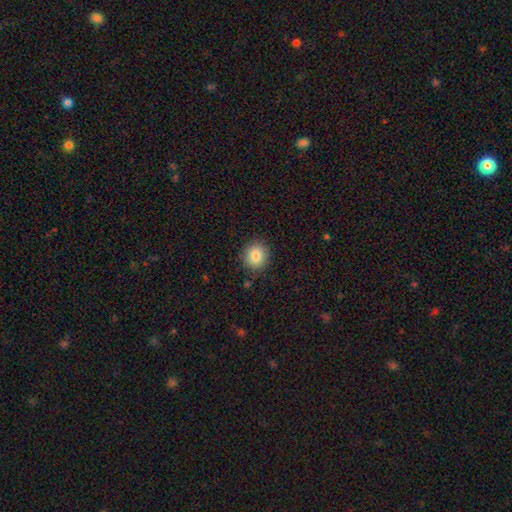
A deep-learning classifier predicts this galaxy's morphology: Smooth or featured?
  - smooth: 84% *
  - star or artifact: 9%
  - featured or disk: 7%
How rounded?
  - round: 82% *
  - in between: 17%
  - cigar-shaped: 1%
Merging?
  - none: 88% *
  - minor disturbance: 9%
  - major disturbance: 3%
  - merger: 1%